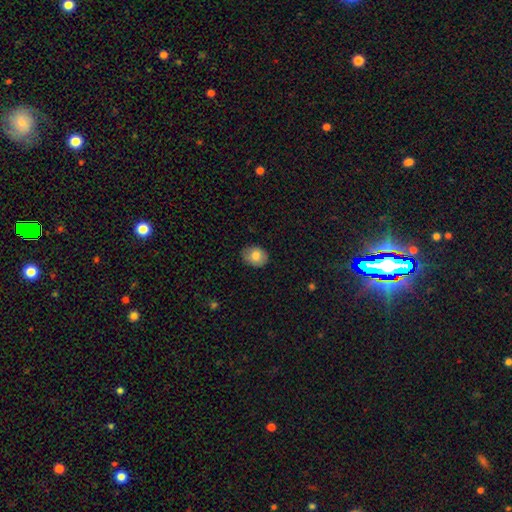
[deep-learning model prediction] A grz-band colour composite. It shows a smooth galaxy with no disk features (80%) that is in between round and cigar-shaped (60%). Merging: none (83%).